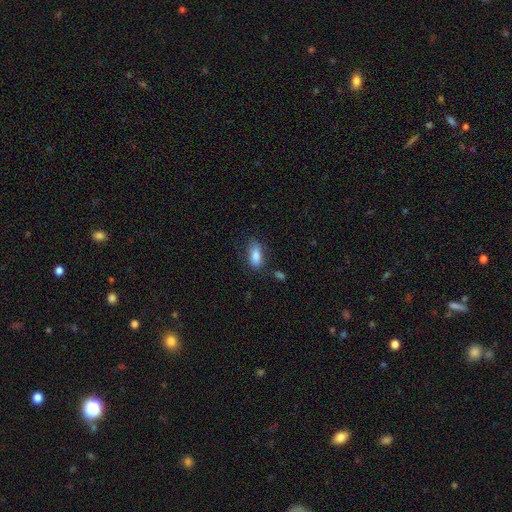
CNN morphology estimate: smooth_or_featured: smooth (p=0.83) [alt: featured or disk p=0.09]
how_rounded: in between (p=0.86) [alt: cigar-shaped p=0.11]
merging: none (p=0.70) [alt: minor disturbance p=0.19]